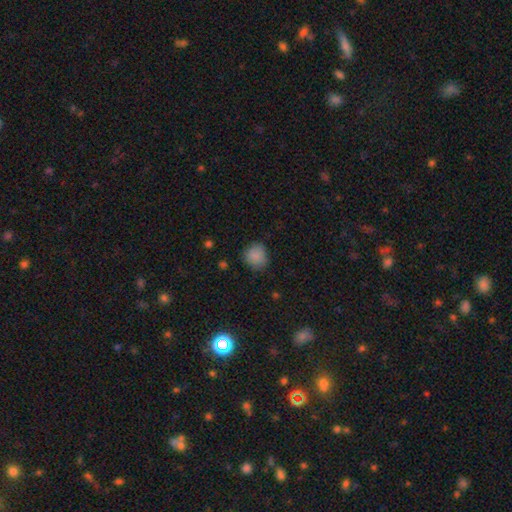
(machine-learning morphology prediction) smooth_or_featured: smooth (p=0.86) [alt: star or artifact p=0.10]
how_rounded: round (p=0.80) [alt: in between p=0.19]
merging: none (p=0.75) [alt: minor disturbance p=0.20]